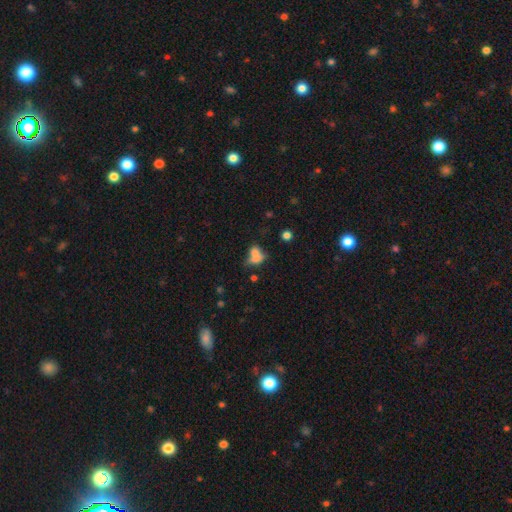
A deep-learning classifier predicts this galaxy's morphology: The model was most divided on "merging": merger: 50%, none: 25%, minor disturbance: 13%, major disturbance: 12%. More confident: how rounded — in between (68%); smooth or featured — smooth (63%).